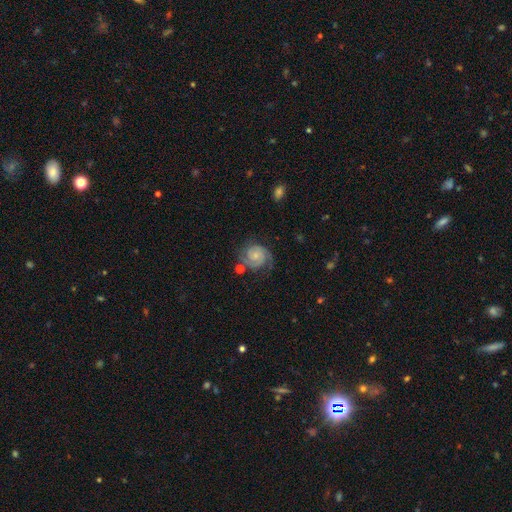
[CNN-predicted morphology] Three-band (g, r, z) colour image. It shows a featured or disk galaxy (81%) with no bar (72%), 2 (67%) tight (63%) spiral arms (97%) and a small central bulge (64%). Merging: none (68%).